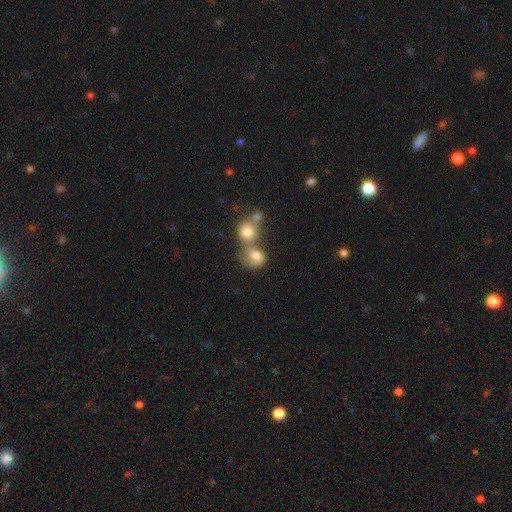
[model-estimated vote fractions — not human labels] smooth 66%, featured or disk 24%, star or artifact 10%. Down the decision tree: how rounded — round (60%); merging — merger (70%).